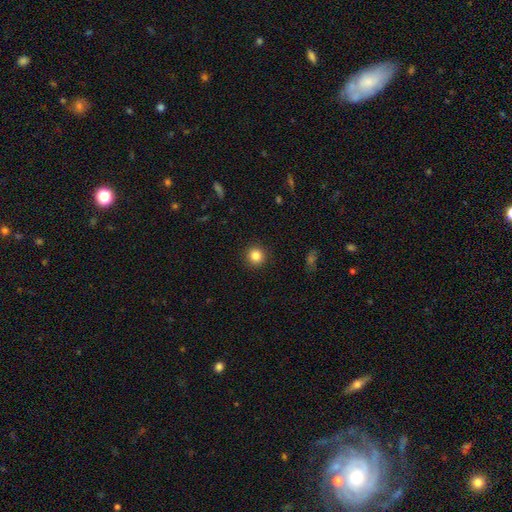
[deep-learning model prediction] smooth-or-featured: smooth: 84% | star or artifact: 11% | featured or disk: 5%
  how-rounded: round: 94% | in between: 5% | cigar-shaped: 1%
  merging: none: 92% | minor disturbance: 5% | major disturbance: 2% | merger: 1%